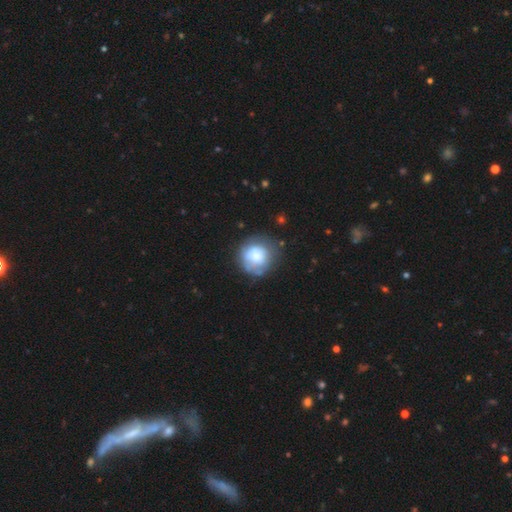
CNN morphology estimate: Smooth or featured?
  - smooth: 66% *
  - featured or disk: 26%
  - star or artifact: 8%
How rounded?
  - round: 89% *
  - in between: 10%
  - cigar-shaped: 1%
Merging?
  - none: 62% *
  - minor disturbance: 23%
  - major disturbance: 12%
  - merger: 4%